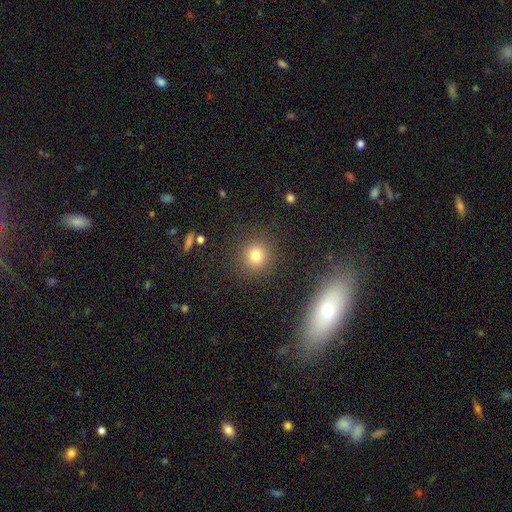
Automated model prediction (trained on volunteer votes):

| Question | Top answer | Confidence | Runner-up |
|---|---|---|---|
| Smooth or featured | smooth | 78% | star or artifact (15%) |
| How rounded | round | 91% | in between (8%) |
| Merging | none | 89% | minor disturbance (7%) |